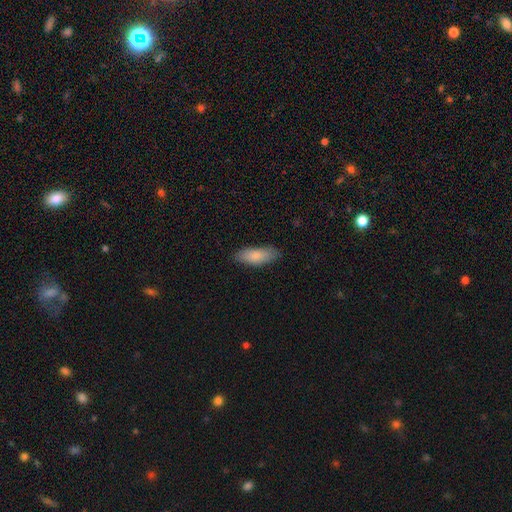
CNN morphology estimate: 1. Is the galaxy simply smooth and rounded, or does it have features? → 85% smooth, 9% featured or disk, 6% star or artifact.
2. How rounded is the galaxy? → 75% in between, 23% cigar-shaped, 2% round.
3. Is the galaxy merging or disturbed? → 82% none, 14% minor disturbance, 3% major disturbance, 1% merger.